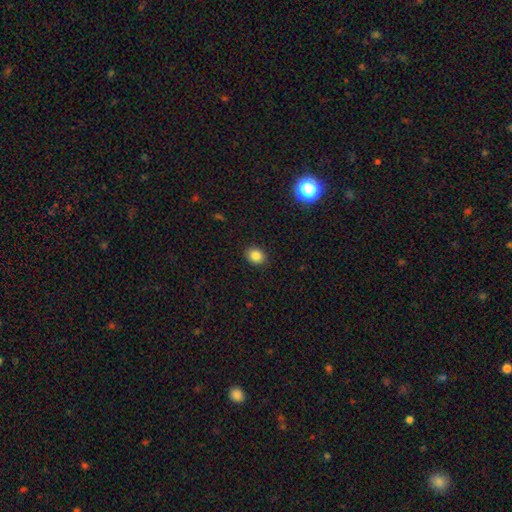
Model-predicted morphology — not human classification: Smooth or featured: smooth — 85% (star or artifact — 11%)
How rounded: round — 56% (in between — 44%)
Merging: none — 89% (minor disturbance — 8%)